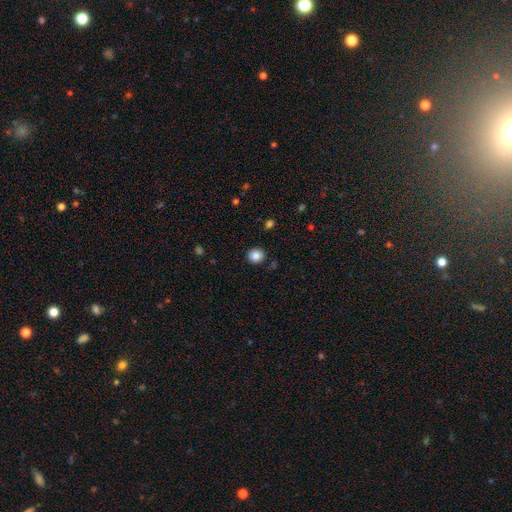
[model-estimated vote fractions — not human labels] Smooth or featured: smooth — 86% (star or artifact — 10%)
How rounded: round — 88% (in between — 11%)
Merging: none — 89% (minor disturbance — 7%)